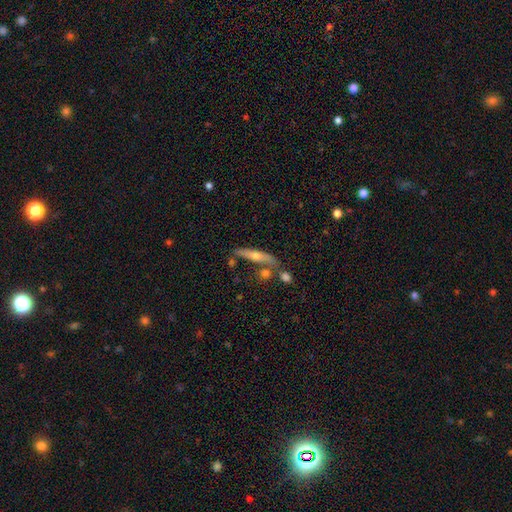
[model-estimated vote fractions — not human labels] Q: Smooth or featured?
A: featured or disk (54%); runner-up: smooth (39%)
Q: Edge-on disk?
A: yes (88%); runner-up: no (12%)
Q: Merging?
A: none (68%); runner-up: minor disturbance (14%)